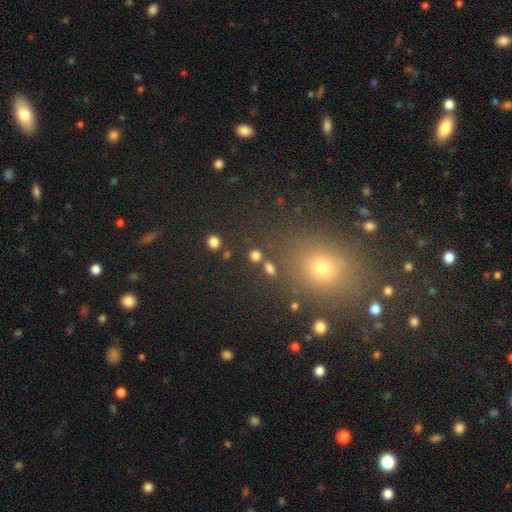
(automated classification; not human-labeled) Smooth or featured? smooth (78%)
How rounded? round (75%)
Merging? none (79%)